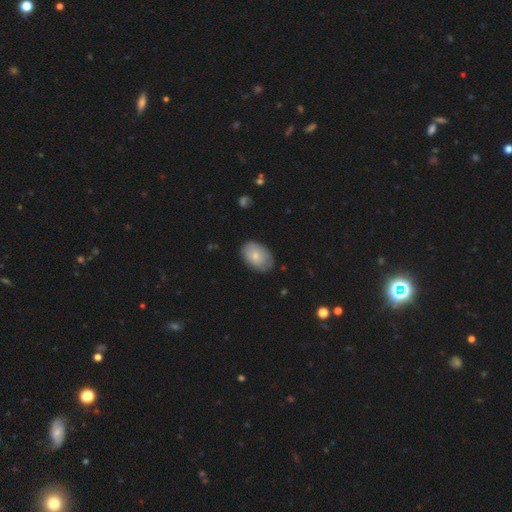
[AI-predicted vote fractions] Smooth or featured?
  - smooth: 75% *
  - featured or disk: 19%
  - star or artifact: 6%
How rounded?
  - in between: 87% *
  - round: 12%
  - cigar-shaped: 1%
Merging?
  - none: 79% *
  - minor disturbance: 17%
  - major disturbance: 3%
  - merger: 1%